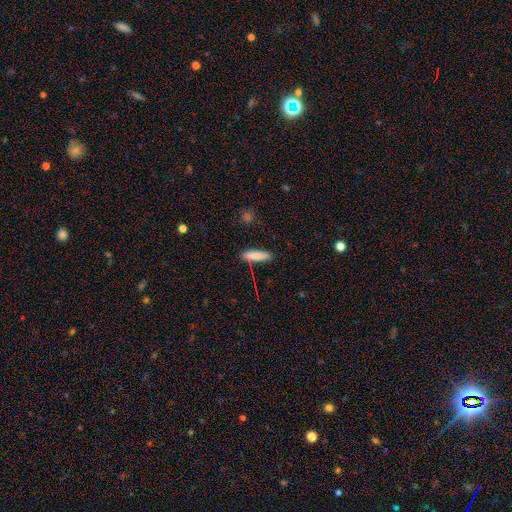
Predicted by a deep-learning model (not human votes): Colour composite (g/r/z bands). It shows a smooth galaxy with no disk features (83%) that is cigar-shaped (68%). Merging: none (80%).